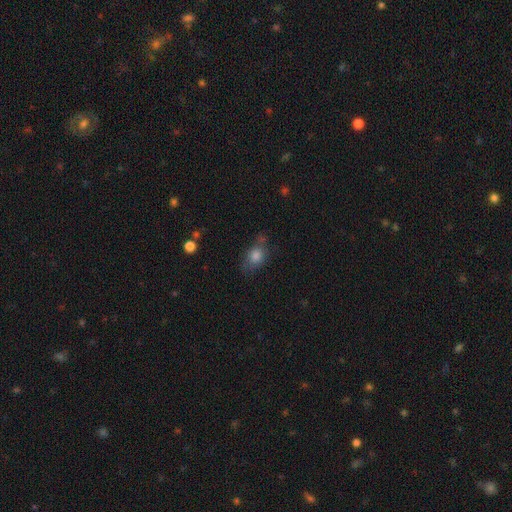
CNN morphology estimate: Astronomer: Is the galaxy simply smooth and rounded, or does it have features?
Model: smooth — 79%.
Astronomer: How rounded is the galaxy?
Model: in between — 59% (runner-up: round, 38%).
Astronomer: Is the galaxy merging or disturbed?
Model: none — 58%.